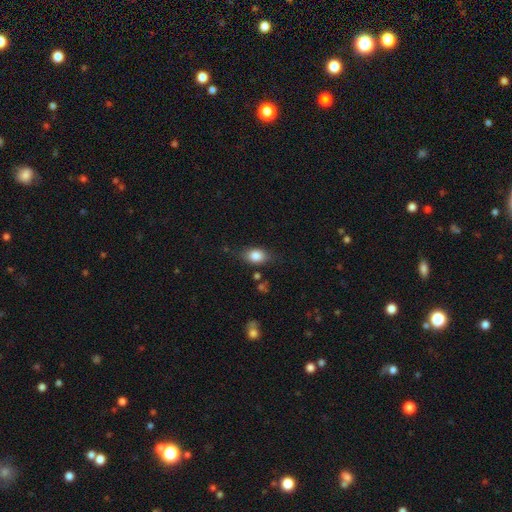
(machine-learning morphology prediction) smooth 83%, featured or disk 9%, star or artifact 8%. Down the decision tree: how rounded — in between (74%); merging — none (74%).